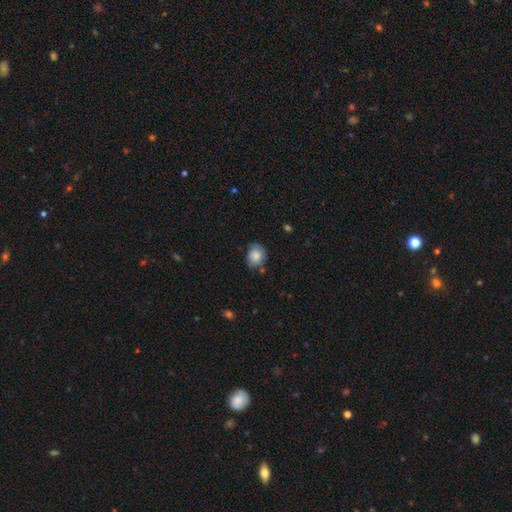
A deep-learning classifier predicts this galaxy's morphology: Smooth or featured? smooth (79%)
How rounded? round (66%)
Merging? none (65%)